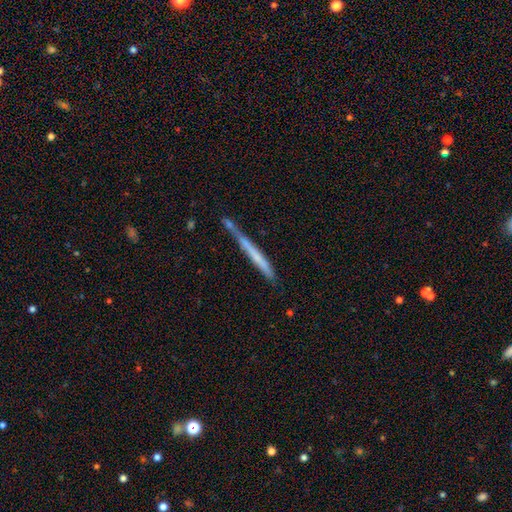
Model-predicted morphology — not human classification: Smooth or featured? smooth (49%)
Merging? none (58%)